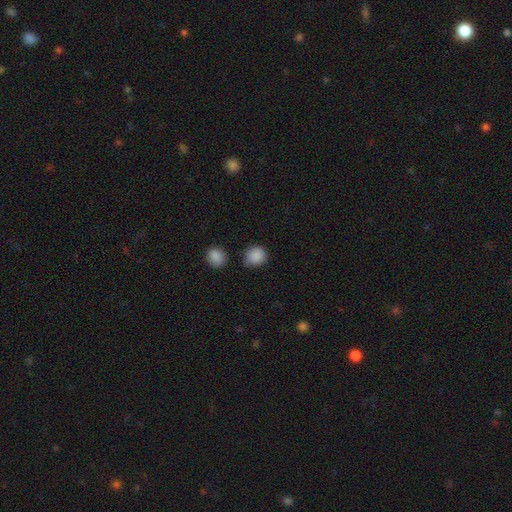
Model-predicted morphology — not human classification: smooth_or_featured: smooth (p=0.87) [alt: star or artifact p=0.10]
how_rounded: round (p=0.87) [alt: in between p=0.12]
merging: none (p=0.69) [alt: minor disturbance p=0.20]